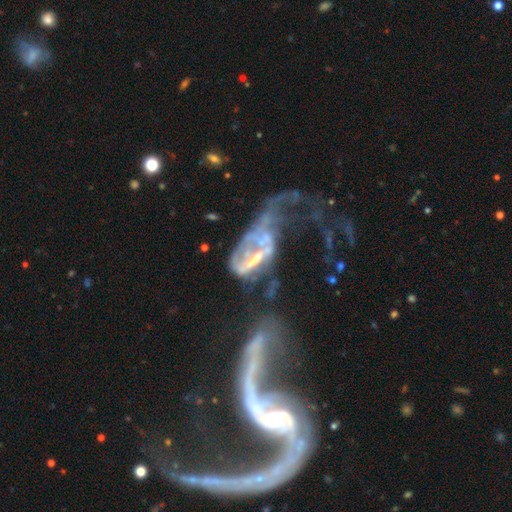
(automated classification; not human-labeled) featured or disk 74%, smooth 13%, star or artifact 12%. Down the decision tree: edge-on disk — no (92%); bar — no (48%); spiral arms — yes (54%); bulge size — small (34%); merging — merger (51%).